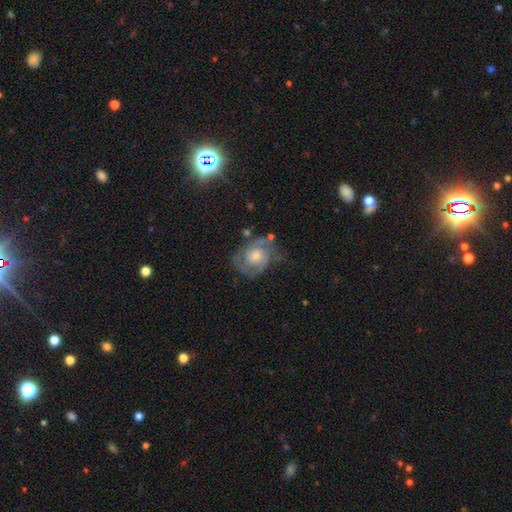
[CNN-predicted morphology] smooth_or_featured: featured or disk (p=0.77) [alt: smooth p=0.14]
disk_edge_on: no (p=0.97) [alt: yes p=0.03]
bar: no (p=0.75) [alt: weak p=0.21]
has_spiral_arms: yes (p=0.91) [alt: no p=0.09]
spiral_winding: tight (p=0.46) [alt: medium p=0.42]
spiral_arm_count: 2 (p=0.64) [alt: can't tell p=0.18]
bulge_size: small (p=0.48) [alt: moderate p=0.43]
merging: none (p=0.63) [alt: minor disturbance p=0.20]